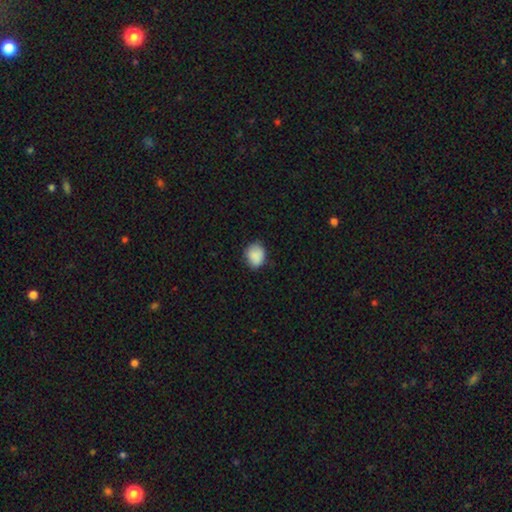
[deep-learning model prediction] smooth_or_featured: smooth (p=0.87) [alt: star or artifact p=0.08]
how_rounded: round (p=0.60) [alt: in between p=0.39]
merging: none (p=0.77) [alt: minor disturbance p=0.18]